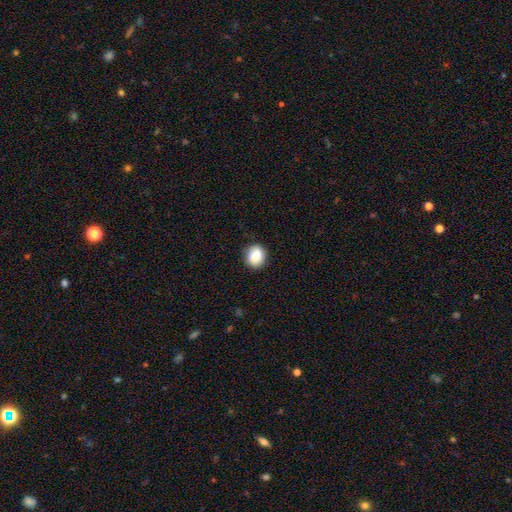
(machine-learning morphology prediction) Smooth or featured? smooth (88%)
How rounded? round (71%)
Merging? none (87%)